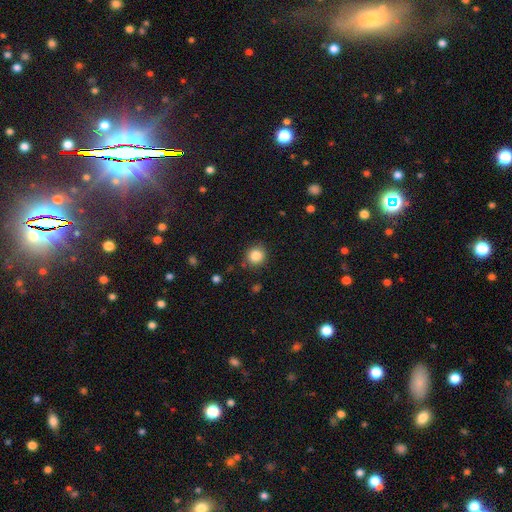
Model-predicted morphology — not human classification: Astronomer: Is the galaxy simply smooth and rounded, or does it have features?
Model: smooth — 86%.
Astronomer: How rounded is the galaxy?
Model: round — 91%.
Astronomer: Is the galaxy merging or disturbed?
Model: none — 88%.